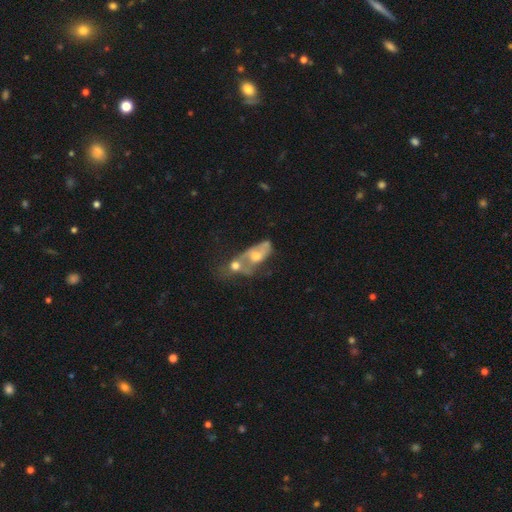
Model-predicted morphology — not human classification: A featured or disk galaxy (53%).

Vote fractions:
- Smooth or featured? featured or disk: 53% / smooth: 35% / star or artifact: 12%
- Edge-on disk? no: 89% / yes: 11%
- Merging? merger: 69% / none: 13% / major disturbance: 11% / minor disturbance: 8%